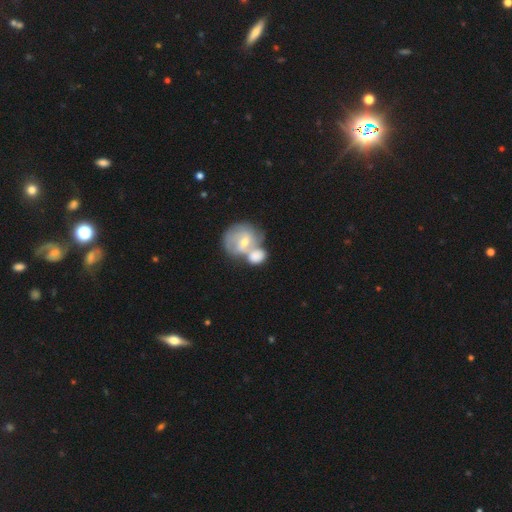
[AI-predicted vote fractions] A featured or disk galaxy (48%).

Vote fractions:
- Smooth or featured? featured or disk: 48% / smooth: 45% / star or artifact: 7%
- Merging? merger: 66% / none: 19% / minor disturbance: 9% / major disturbance: 6%